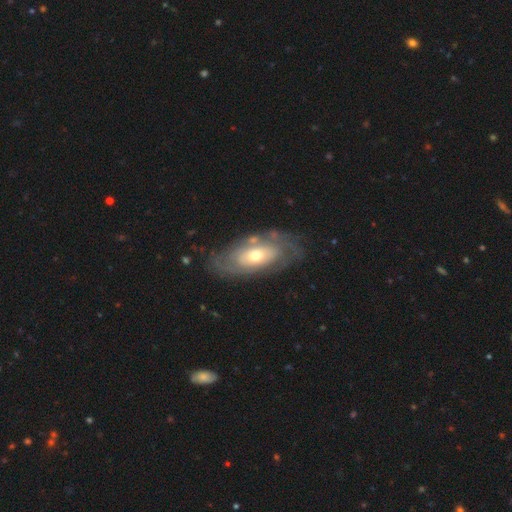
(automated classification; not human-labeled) smooth_or_featured: featured or disk (p=0.68) [alt: smooth p=0.27]
disk_edge_on: no (p=0.89) [alt: yes p=0.11]
bar: no (p=0.82) [alt: weak p=0.13]
has_spiral_arms: yes (p=0.59) [alt: no p=0.41]
bulge_size: moderate (p=0.61) [alt: small p=0.31]
merging: none (p=0.71) [alt: minor disturbance p=0.17]